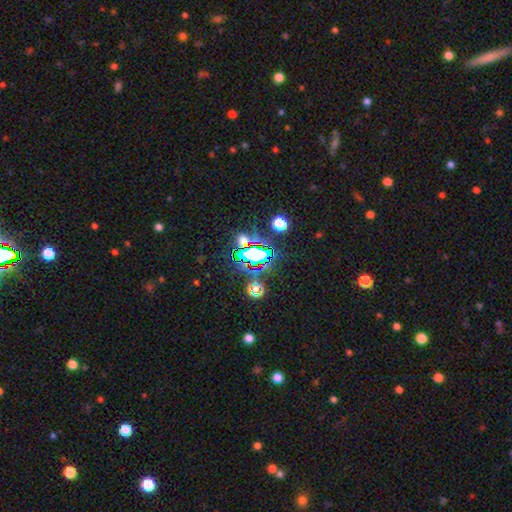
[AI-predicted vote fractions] smooth_or_featured: star or artifact (p=0.67) [alt: smooth p=0.20]